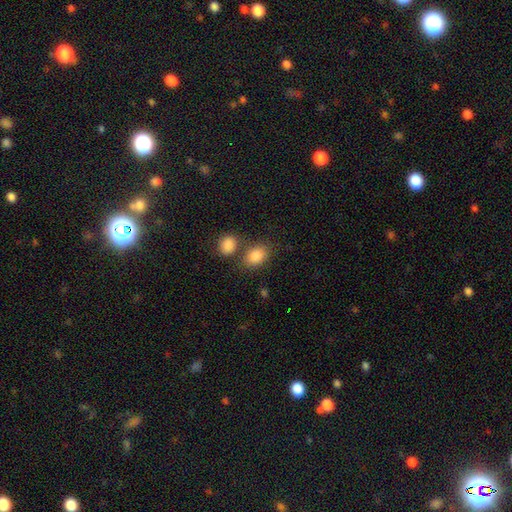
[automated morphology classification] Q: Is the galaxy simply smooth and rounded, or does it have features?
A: smooth — 85%.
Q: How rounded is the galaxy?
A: in between — 78%.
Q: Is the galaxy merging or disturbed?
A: none — 62%.